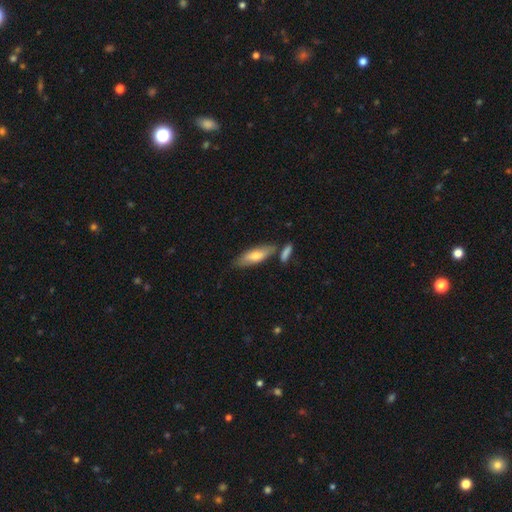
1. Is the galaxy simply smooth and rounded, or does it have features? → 70% smooth, 24% featured or disk, 5% star or artifact.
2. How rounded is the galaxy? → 54% cigar-shaped, 46% in between, 0% round.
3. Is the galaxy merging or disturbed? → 77% none, 11% minor disturbance, 11% merger, 0% major disturbance.